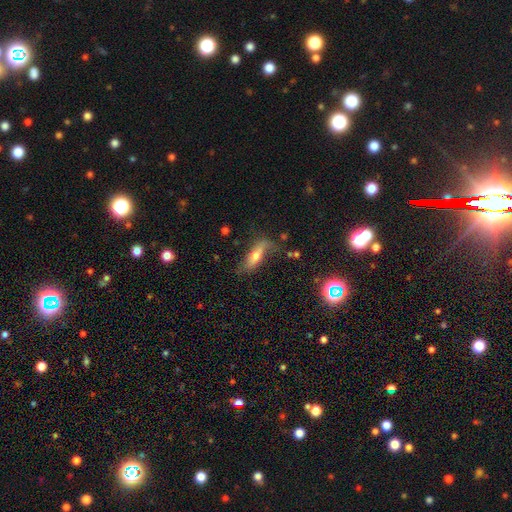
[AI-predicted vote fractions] This is possibly a smooth galaxy (53%). How rounded: possibly cigar-shaped (51%). Merging: possibly none (55%).